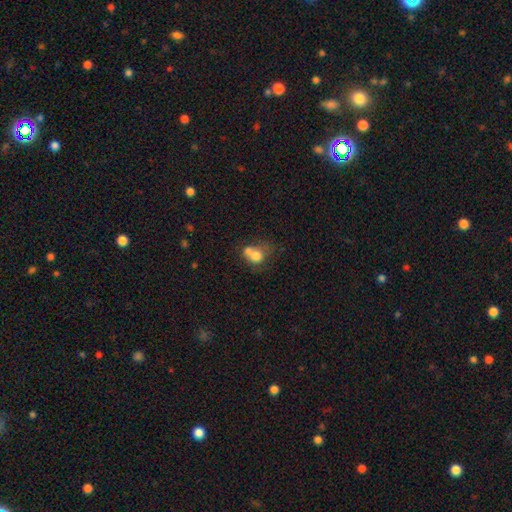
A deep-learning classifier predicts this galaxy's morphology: type=smooth (71%); roundness=round (60%); merging=merger (58%).